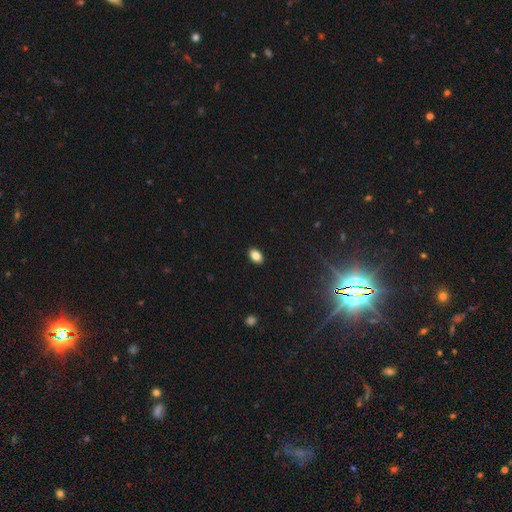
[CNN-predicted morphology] Smooth or featured? Predicted: smooth (p=0.84). How rounded? Predicted: in between (p=0.88). Merging? Predicted: none (p=0.90).